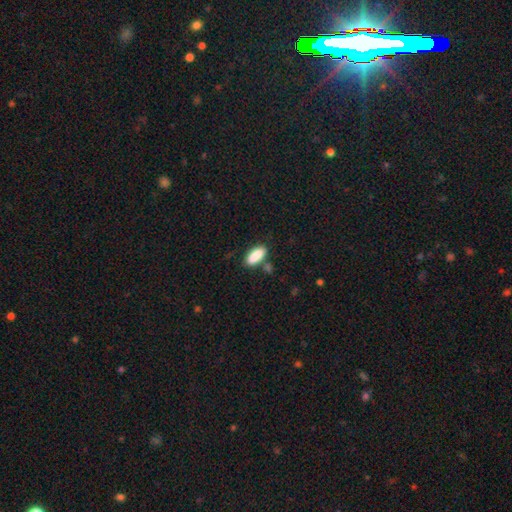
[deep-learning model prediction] The model was most divided on "how rounded": in between: 79%, cigar-shaped: 19%, round: 2%. More confident: smooth or featured — smooth (88%); merging — none (76%).